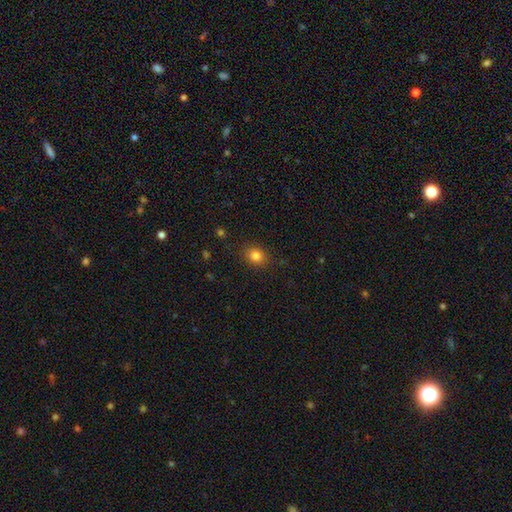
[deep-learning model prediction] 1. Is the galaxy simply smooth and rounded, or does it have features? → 82% smooth, 12% star or artifact, 6% featured or disk.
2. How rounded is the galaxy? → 62% round, 37% in between, 1% cigar-shaped.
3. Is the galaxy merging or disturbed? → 87% none, 9% minor disturbance, 3% major disturbance, 1% merger.